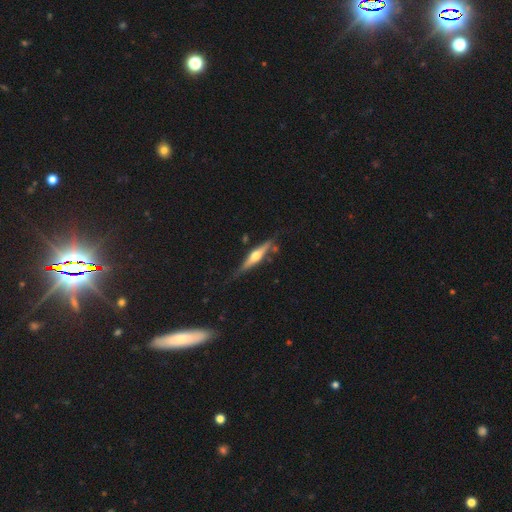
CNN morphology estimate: Q: Smooth or featured?
A: featured or disk (71%); runner-up: smooth (23%)
Q: Edge-on disk?
A: yes (96%); runner-up: no (4%)
Q: Edge-on bulge?
A: rounded (93%); runner-up: boxy (4%)
Q: Merging?
A: none (76%); runner-up: minor disturbance (17%)